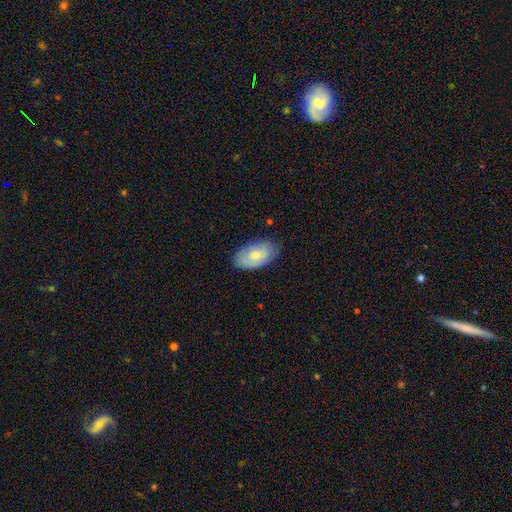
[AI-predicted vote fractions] smooth_or_featured: smooth (p=0.72) [alt: featured or disk p=0.22]
how_rounded: in between (p=0.94) [alt: round p=0.04]
merging: none (p=0.80) [alt: minor disturbance p=0.16]